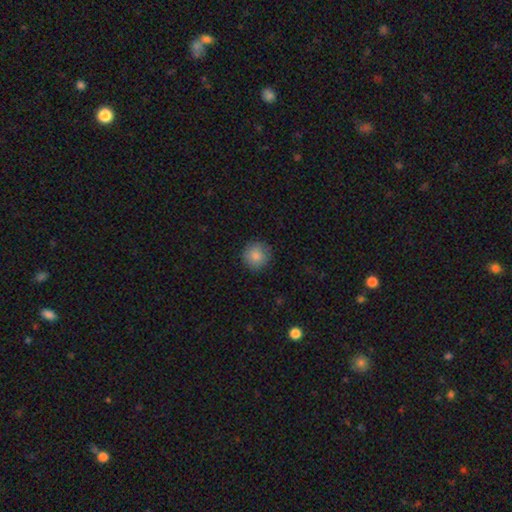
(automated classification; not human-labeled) Smooth or featured: smooth — 86% (star or artifact — 9%)
How rounded: round — 94% (in between — 5%)
Merging: none — 88% (minor disturbance — 8%)